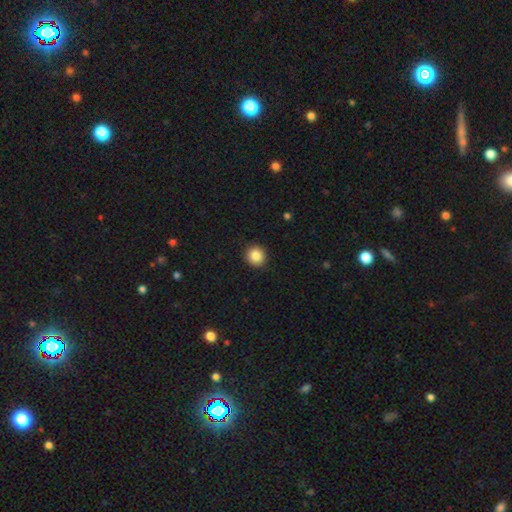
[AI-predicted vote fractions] A smooth galaxy with no disk features (85%) that is round (92%). Merging: none (93%).